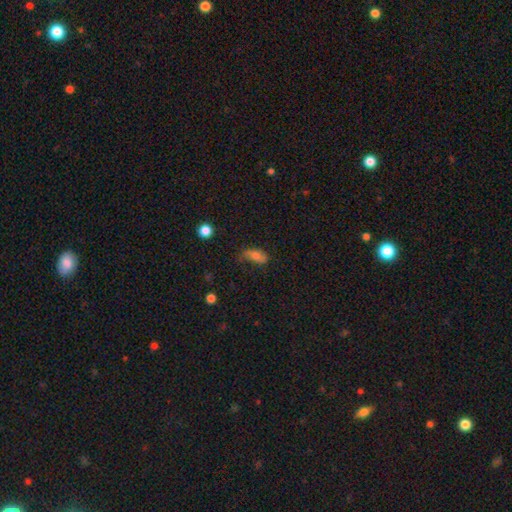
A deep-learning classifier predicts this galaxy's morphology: The model was most divided on "merging": none: 41%, minor disturbance: 35%, major disturbance: 22%, merger: 3%. More confident: how rounded — in between (87%); smooth or featured — smooth (65%).